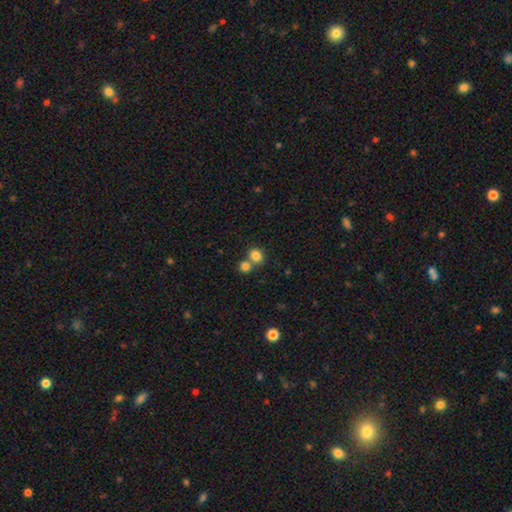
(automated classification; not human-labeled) smooth 82%, star or artifact 11%, featured or disk 7%. Down the decision tree: how rounded — round (64%); merging — none (50%).